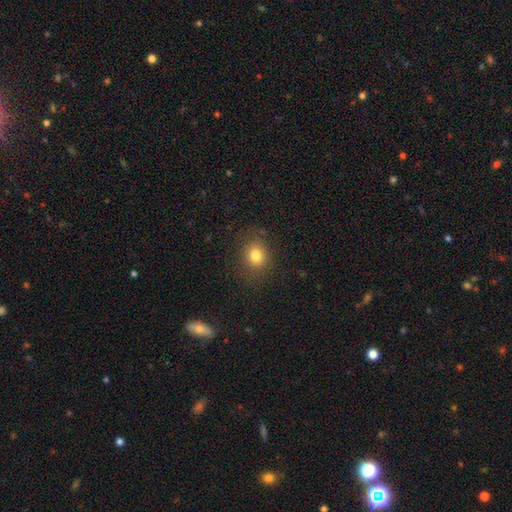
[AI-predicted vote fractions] A smooth galaxy with no disk features (79%) that is round (65%). Merging: none (84%).